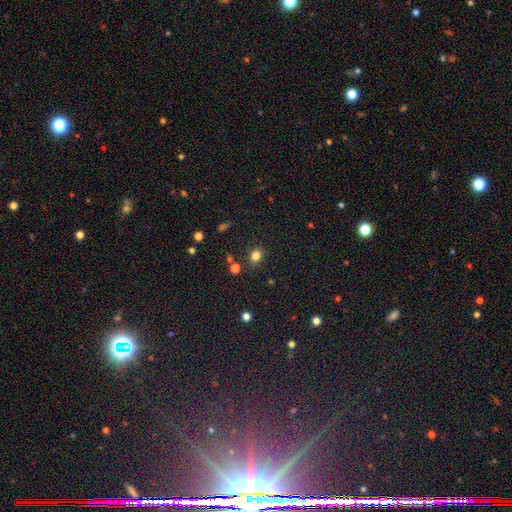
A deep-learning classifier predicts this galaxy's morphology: This is clearly a smooth galaxy (81%). How rounded: likely round (65%). Merging: clearly none (83%).